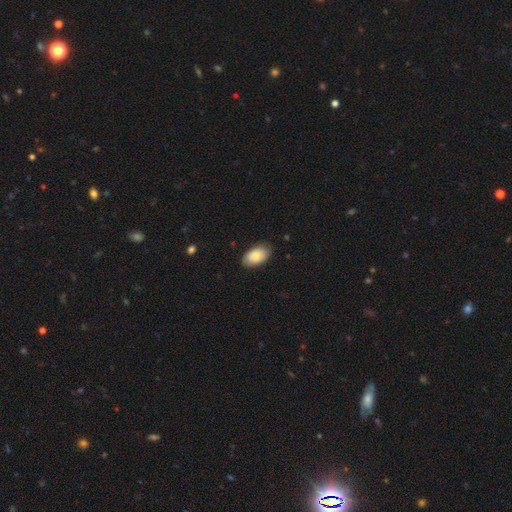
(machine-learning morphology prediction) A smooth galaxy with no disk features (85%) that is in between round and cigar-shaped (94%). Merging: none (83%).